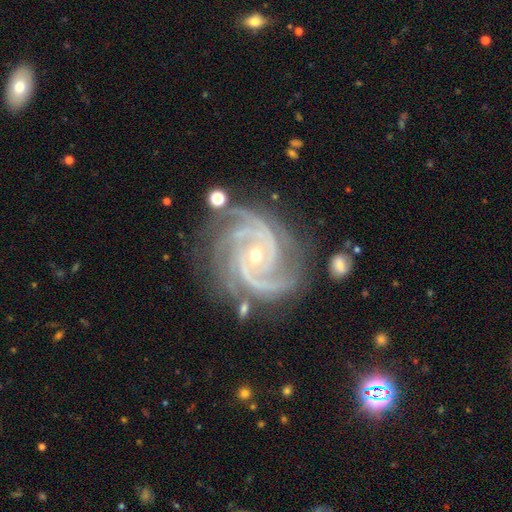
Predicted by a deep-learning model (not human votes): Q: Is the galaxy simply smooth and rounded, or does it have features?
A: featured or disk — 93%.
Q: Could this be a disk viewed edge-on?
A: no — 98%.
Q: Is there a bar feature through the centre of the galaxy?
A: no — 68%.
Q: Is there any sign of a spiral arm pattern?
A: yes — 99%.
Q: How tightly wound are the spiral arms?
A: tight — 66%.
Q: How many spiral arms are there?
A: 3 — 38%.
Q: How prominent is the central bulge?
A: small — 66%.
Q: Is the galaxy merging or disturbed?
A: none — 73%.